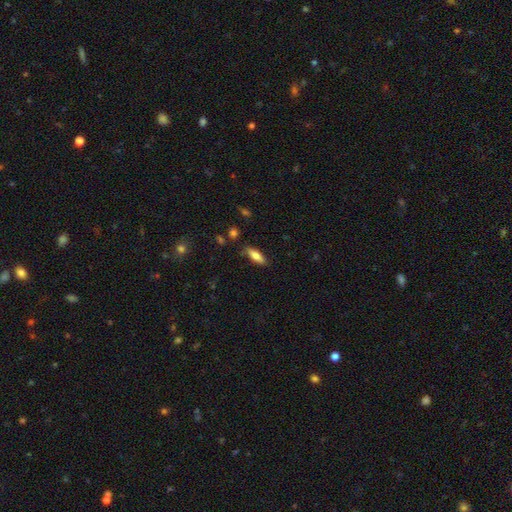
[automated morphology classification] Q: Smooth or featured?
A: smooth (74%); runner-up: featured or disk (19%)
Q: How rounded?
A: in between (59%); runner-up: cigar-shaped (39%)
Q: Merging?
A: none (83%); runner-up: minor disturbance (12%)